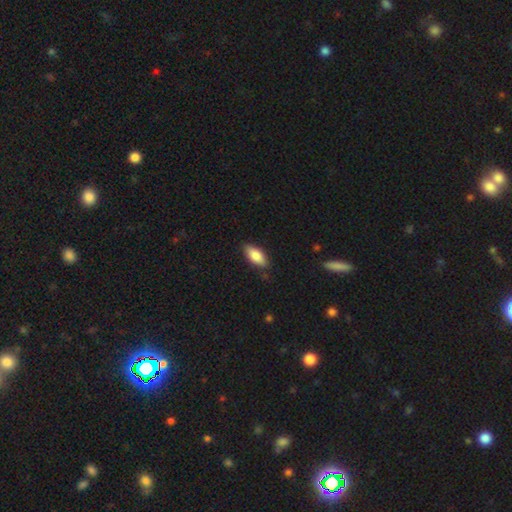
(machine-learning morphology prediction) Smooth or featured?
  - smooth: 84% *
  - featured or disk: 10%
  - star or artifact: 6%
How rounded?
  - in between: 85% *
  - cigar-shaped: 13%
  - round: 2%
Merging?
  - none: 83% *
  - minor disturbance: 14%
  - major disturbance: 2%
  - merger: 1%